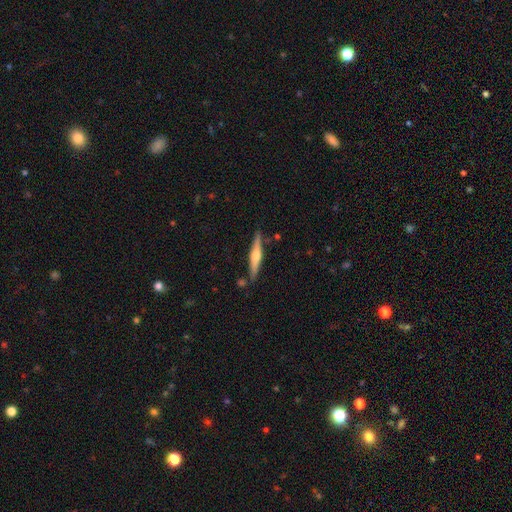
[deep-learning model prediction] Q: Smooth or featured?
A: featured or disk (65%); runner-up: smooth (29%)
Q: Edge-on disk?
A: yes (97%); runner-up: no (3%)
Q: Edge-on bulge?
A: rounded (86%); runner-up: boxy (8%)
Q: Merging?
A: none (84%); runner-up: minor disturbance (10%)